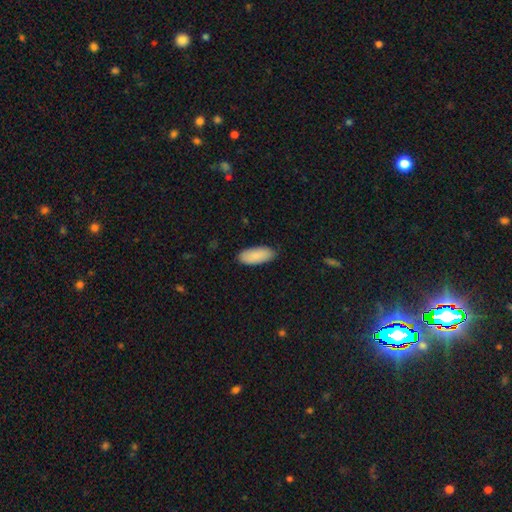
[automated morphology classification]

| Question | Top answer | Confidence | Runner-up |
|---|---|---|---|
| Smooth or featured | smooth | 89% | star or artifact (6%) |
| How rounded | in between | 87% | cigar-shaped (11%) |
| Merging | none | 86% | minor disturbance (11%) |